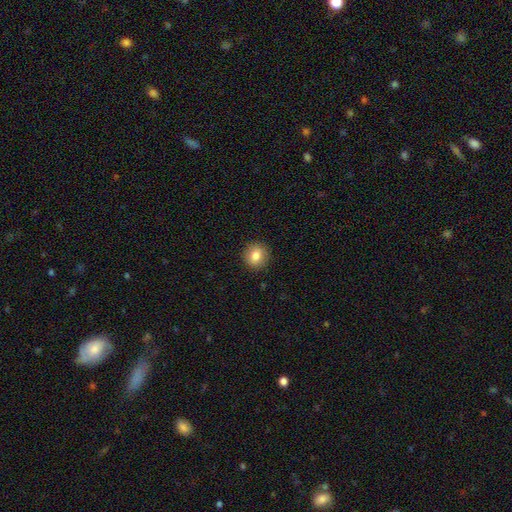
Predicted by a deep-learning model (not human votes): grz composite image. It shows a smooth galaxy with no disk features (84%) that is round (84%). Merging: none (91%).